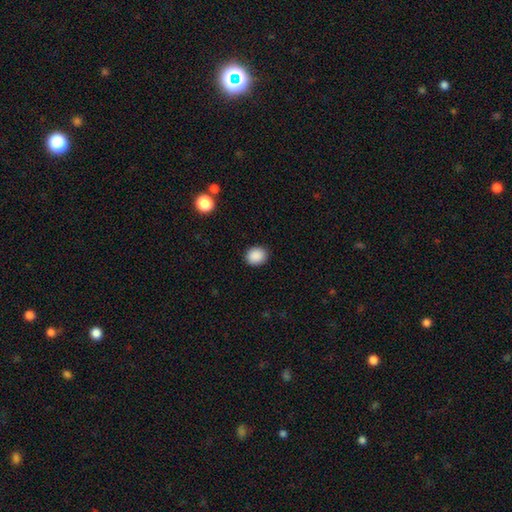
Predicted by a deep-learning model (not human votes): The model was most divided on "how rounded": round: 74%, in between: 25%, cigar-shaped: 1%. More confident: merging — none (90%); smooth or featured — smooth (89%).